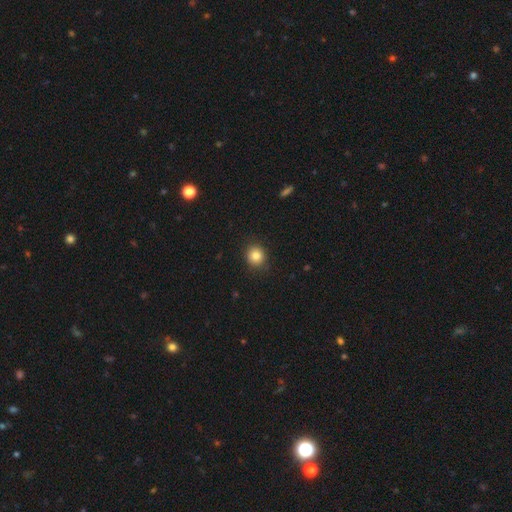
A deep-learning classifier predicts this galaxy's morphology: The model was most divided on "smooth or featured": smooth: 84%, star or artifact: 10%, featured or disk: 6%. More confident: merging — none (89%); how rounded — round (87%).